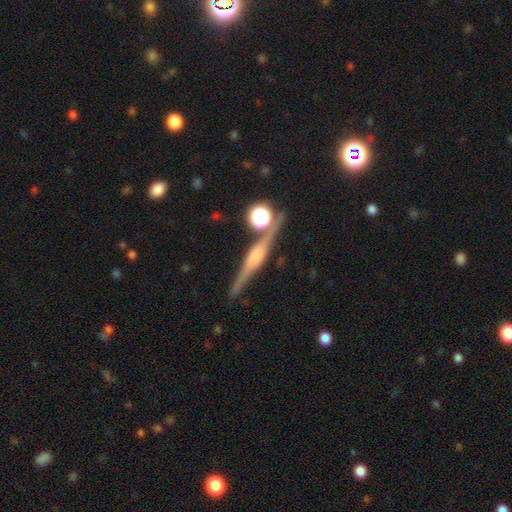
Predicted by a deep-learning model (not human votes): smooth_or_featured: featured or disk (p=0.81) [alt: smooth p=0.12]
disk_edge_on: yes (p=0.97) [alt: no p=0.03]
edge_on_bulge: rounded (p=0.64) [alt: boxy p=0.30]
merging: none (p=0.84) [alt: minor disturbance p=0.09]